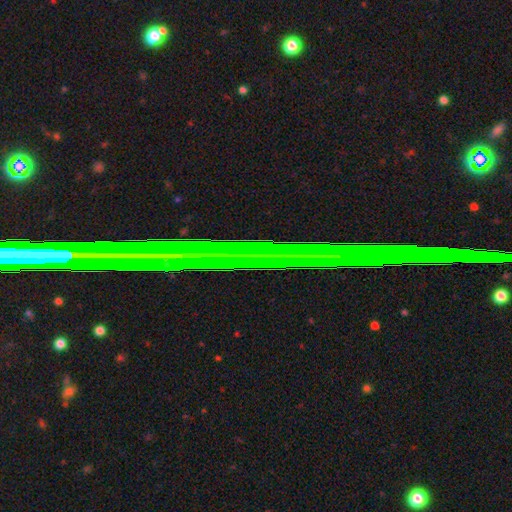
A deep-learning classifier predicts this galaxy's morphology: Smooth or featured? star or artifact (72%)